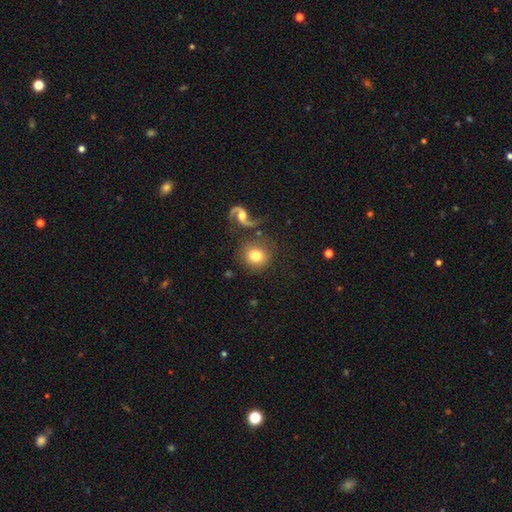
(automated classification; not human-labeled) Smooth or featured? Predicted: smooth (p=0.73). How rounded? Predicted: round (p=0.89). Merging? Predicted: none (p=0.76).